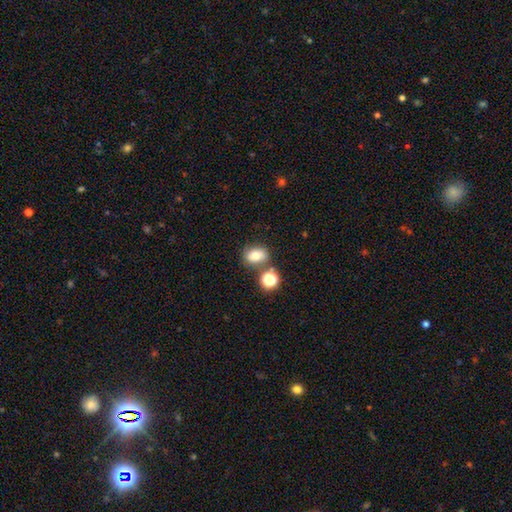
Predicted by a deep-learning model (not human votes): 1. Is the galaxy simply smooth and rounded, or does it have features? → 72% smooth, 14% featured or disk, 14% star or artifact.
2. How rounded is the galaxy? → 59% in between, 40% round, 2% cigar-shaped.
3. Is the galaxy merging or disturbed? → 65% none, 16% merger, 14% minor disturbance, 5% major disturbance.